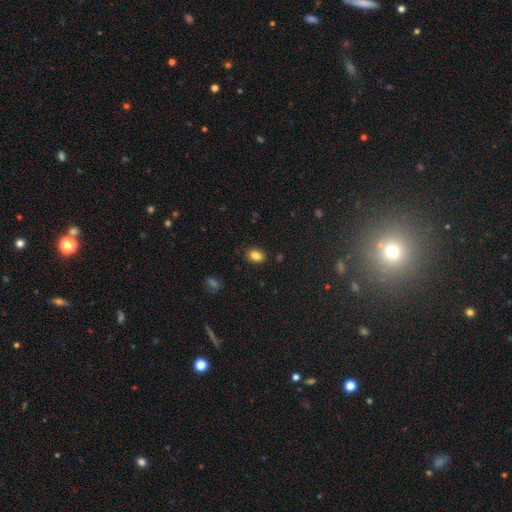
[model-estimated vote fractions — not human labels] Smooth or featured: smooth — 85% (star or artifact — 10%)
How rounded: in between — 77% (round — 21%)
Merging: none — 85% (minor disturbance — 10%)